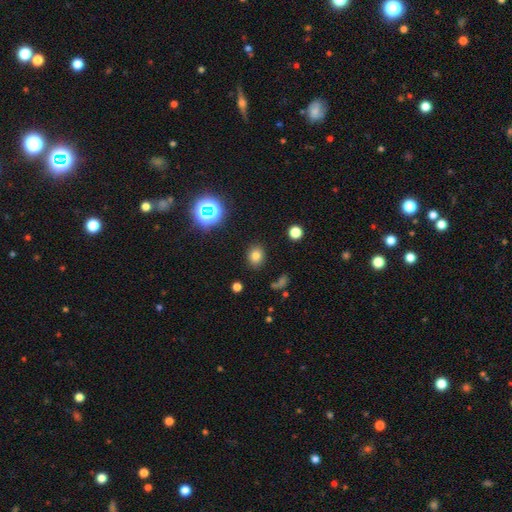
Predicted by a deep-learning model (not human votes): Smooth or featured?
  - smooth: 75% *
  - star or artifact: 17%
  - featured or disk: 7%
How rounded?
  - round: 59% *
  - in between: 40%
  - cigar-shaped: 1%
Merging?
  - none: 85% *
  - minor disturbance: 9%
  - major disturbance: 3%
  - merger: 2%